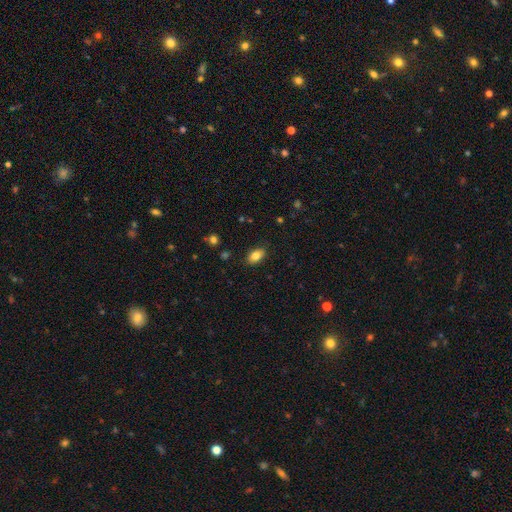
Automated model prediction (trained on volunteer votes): Morphology: type=smooth (82%); roundness=in between (89%); merging=none (87%).